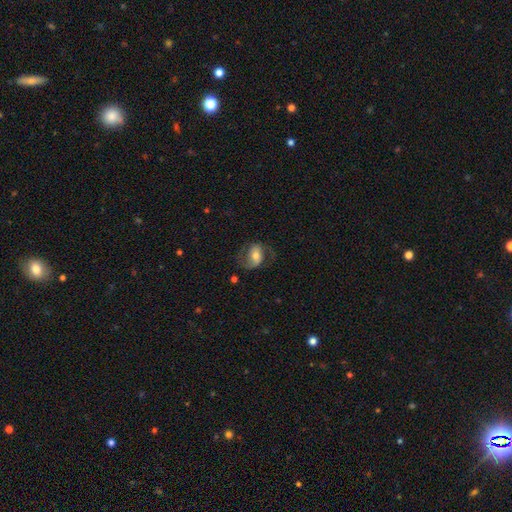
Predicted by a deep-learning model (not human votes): A featured or disk galaxy (66%) with no bar (37%), 2 (88%) medium (48%) spiral arms (88%) and a moderate central bulge (60%). Merging: none (65%).